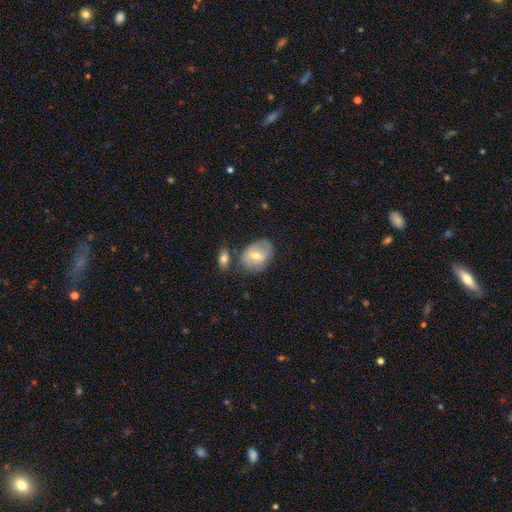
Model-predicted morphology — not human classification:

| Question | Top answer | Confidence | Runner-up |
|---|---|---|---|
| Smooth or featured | smooth | 54% | featured or disk (39%) |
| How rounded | in between | 72% | round (27%) |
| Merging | none | 59% | minor disturbance (21%) |